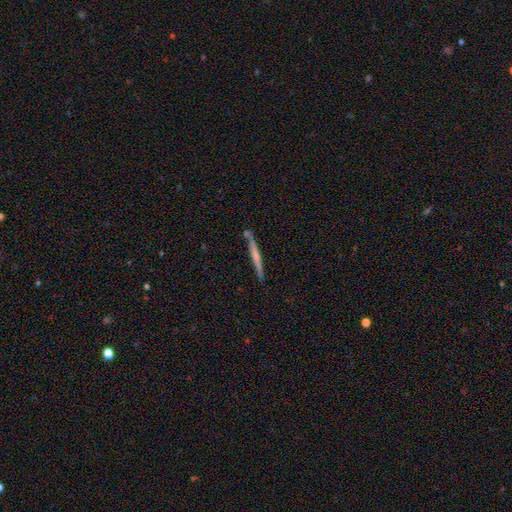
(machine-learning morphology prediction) A featured or disk galaxy (52%) viewed edge-on (97%).

Vote fractions:
- Smooth or featured? featured or disk: 52% / smooth: 42% / star or artifact: 6%
- Edge-on disk? yes: 97% / no: 3%
- Merging? none: 79% / minor disturbance: 11% / merger: 7% / major disturbance: 2%